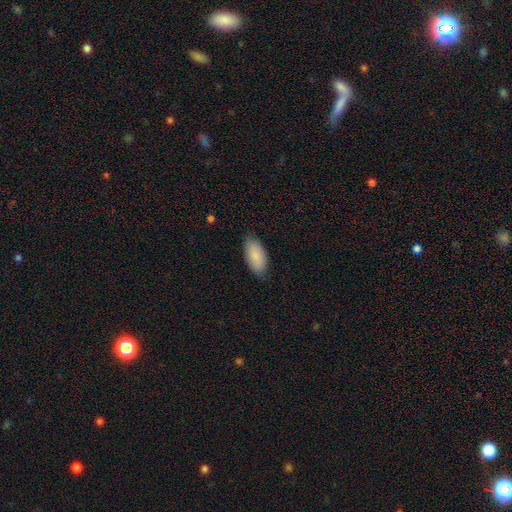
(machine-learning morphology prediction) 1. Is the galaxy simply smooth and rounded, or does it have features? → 88% smooth, 7% featured or disk, 6% star or artifact.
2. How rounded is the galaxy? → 93% in between, 5% cigar-shaped, 2% round.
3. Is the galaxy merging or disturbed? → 84% none, 13% minor disturbance, 2% major disturbance, 1% merger.